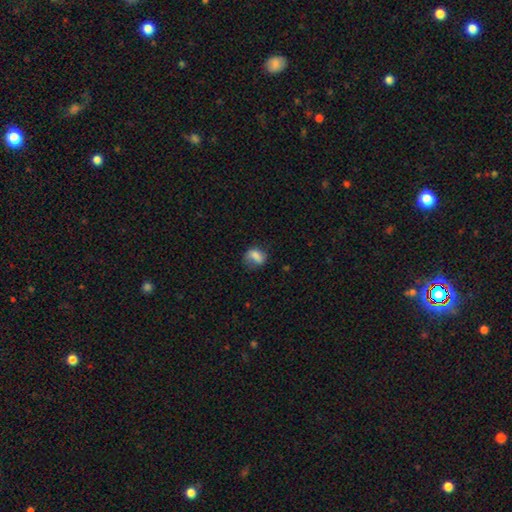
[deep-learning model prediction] Smooth or featured? smooth (73%)
How rounded? in between (63%)
Merging? none (53%)